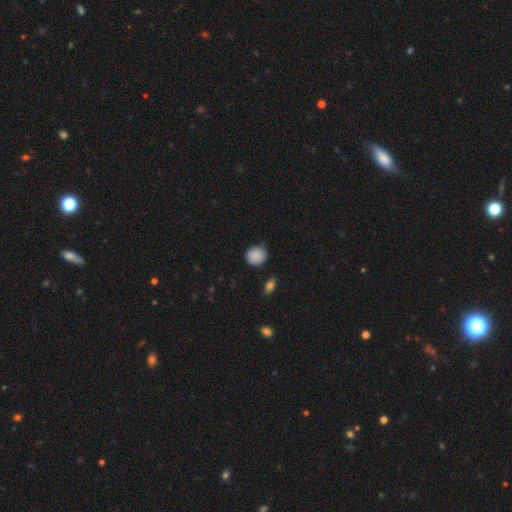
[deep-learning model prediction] Smooth or featured? smooth (87%)
How rounded? round (80%)
Merging? none (76%)